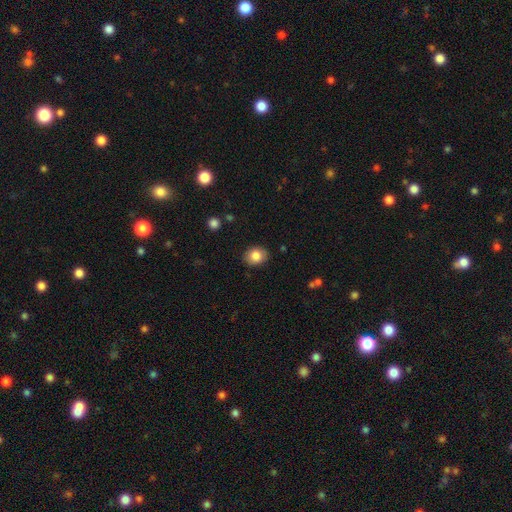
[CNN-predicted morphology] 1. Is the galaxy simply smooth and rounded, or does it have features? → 84% smooth, 9% star or artifact, 7% featured or disk.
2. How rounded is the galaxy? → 51% round, 48% in between, 1% cigar-shaped.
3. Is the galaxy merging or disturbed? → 88% none, 9% minor disturbance, 2% major disturbance, 1% merger.